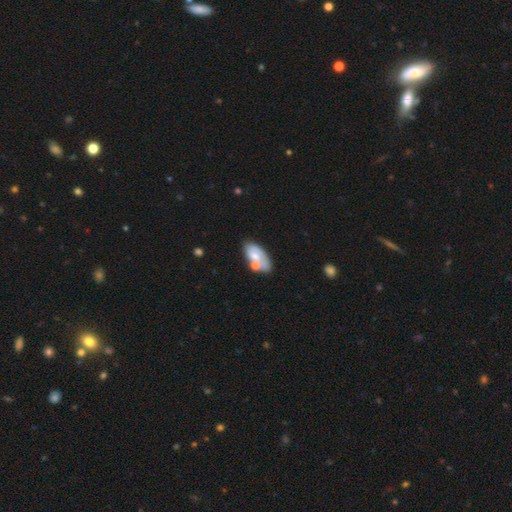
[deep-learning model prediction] smooth-or-featured: smooth: 58% | featured or disk: 35% | star or artifact: 7%
  how-rounded: in between: 92% | round: 4% | cigar-shaped: 4%
  merging: none: 48% | merger: 23% | minor disturbance: 20% | major disturbance: 8%